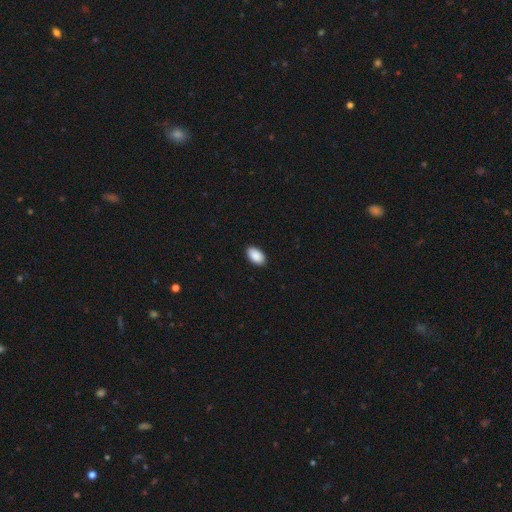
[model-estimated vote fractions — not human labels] Morphology: type=smooth (91%); roundness=in between (95%); merging=none (90%).